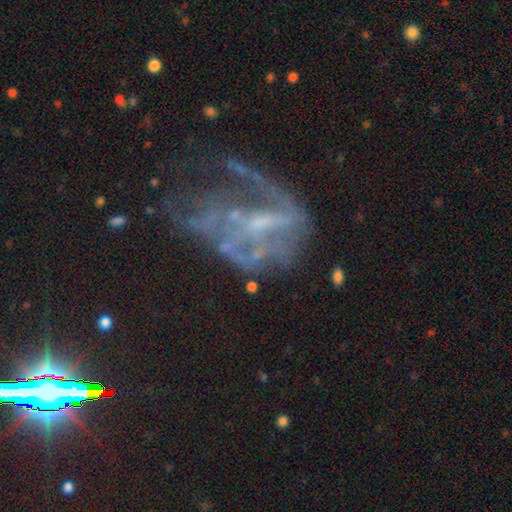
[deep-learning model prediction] Q: Smooth or featured?
A: featured or disk (65%); runner-up: star or artifact (23%)
Q: Edge-on disk?
A: no (97%); runner-up: yes (3%)
Q: Bar?
A: no (60%); runner-up: weak (29%)
Q: Spiral arms?
A: no (54%); runner-up: yes (46%)
Q: Bulge size?
A: none (43%); runner-up: small (39%)
Q: Merging?
A: major disturbance (48%); runner-up: none (29%)